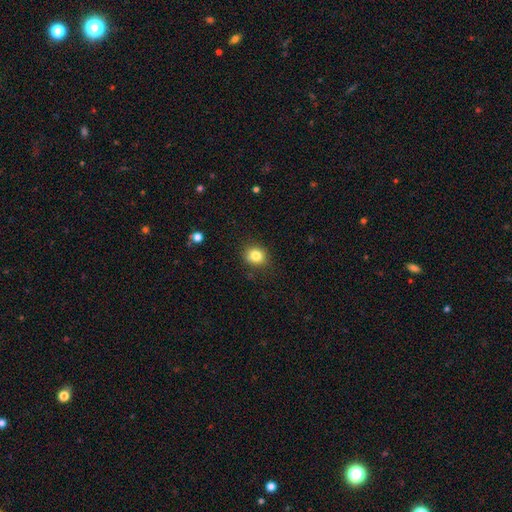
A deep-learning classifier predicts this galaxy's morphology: Smooth or featured? smooth (83%)
How rounded? round (69%)
Merging? none (85%)